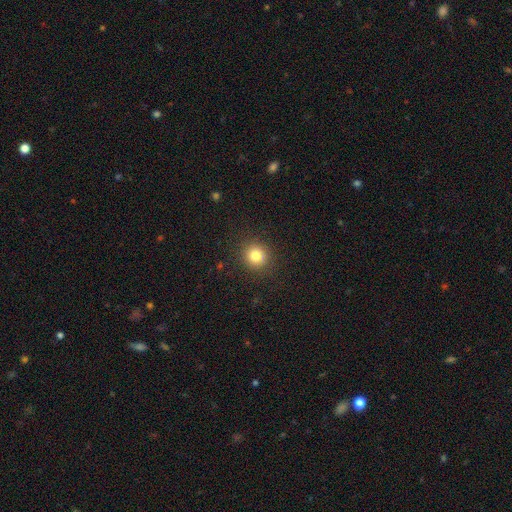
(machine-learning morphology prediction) Smooth or featured? smooth (81%)
How rounded? round (91%)
Merging? none (90%)